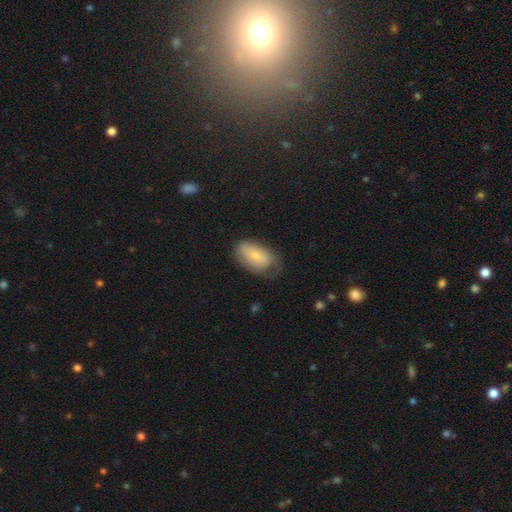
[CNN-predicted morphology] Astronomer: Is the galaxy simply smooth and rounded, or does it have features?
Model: smooth — 69%.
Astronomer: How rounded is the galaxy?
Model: in between — 93%.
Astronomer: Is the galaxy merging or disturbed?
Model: none — 46% (runner-up: minor disturbance, 35%).